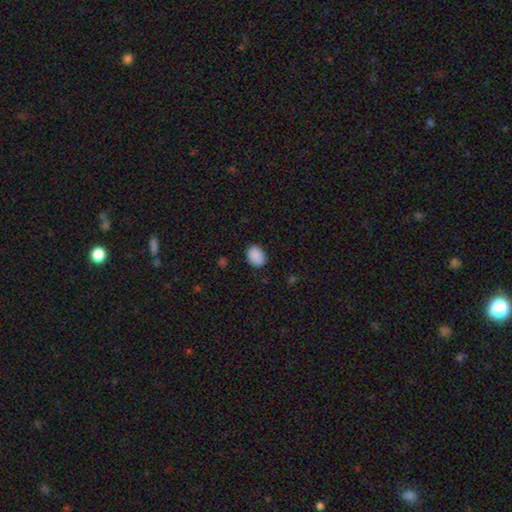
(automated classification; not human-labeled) A smooth galaxy with no disk features (90%) that is in between round and cigar-shaped (69%).

Vote fractions:
- Smooth or featured? smooth: 90% / star or artifact: 7% / featured or disk: 3%
- How rounded? in between: 69% / round: 31% / cigar-shaped: 1%
- Merging? none: 84% / minor disturbance: 12% / major disturbance: 3% / merger: 1%